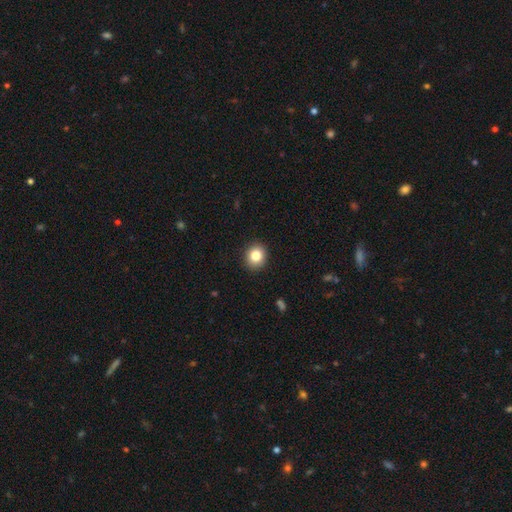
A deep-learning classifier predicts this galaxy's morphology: A smooth galaxy with no disk features (82%) that is round (78%). Merging: none (91%).